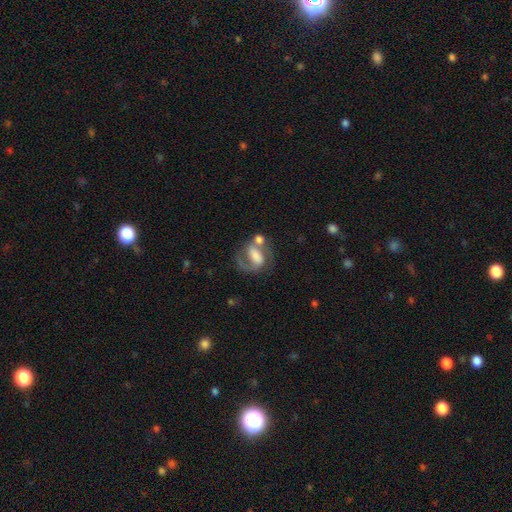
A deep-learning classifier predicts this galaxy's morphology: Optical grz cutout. It shows a featured or disk galaxy (65%) with a strong bar (37%), 2 (64%) medium (49%) spiral arms (83%) and a large central bulge (29%). Merging: none (39%).